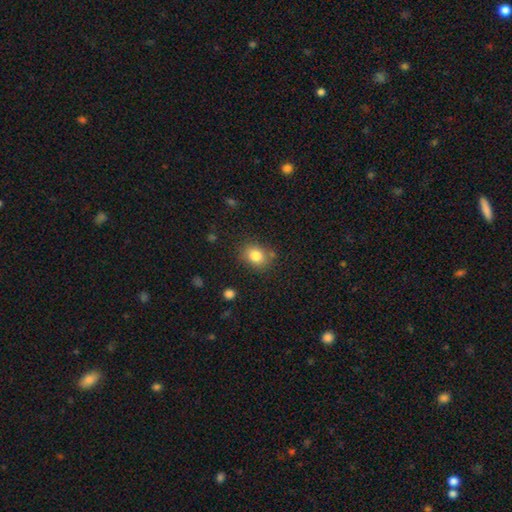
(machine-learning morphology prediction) The model was most divided on "how rounded": round: 53%, in between: 46%, cigar-shaped: 1%. More confident: smooth or featured — smooth (82%); merging — none (77%).